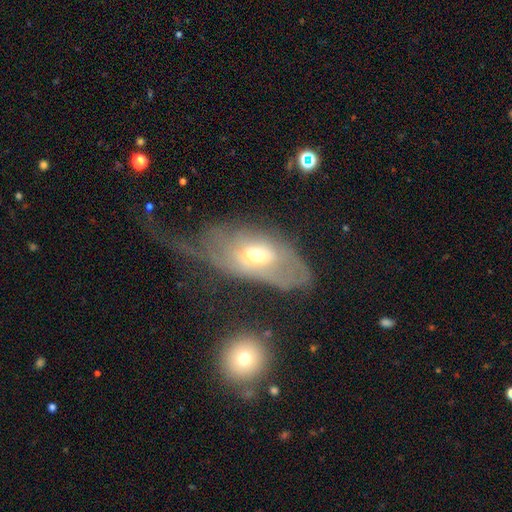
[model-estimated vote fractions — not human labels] This appears to be a featured or disk galaxy (57%) with no bar (63%), no spiral arms (55%) and a moderate central bulge (65%). Merging: major disturbance (55%).